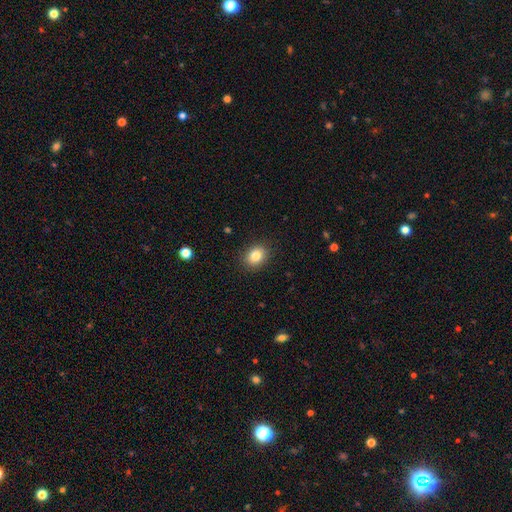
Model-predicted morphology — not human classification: smooth-or-featured: smooth: 84% | star or artifact: 10% | featured or disk: 7%
  how-rounded: in between: 53% | round: 46% | cigar-shaped: 1%
  merging: none: 88% | minor disturbance: 8% | major disturbance: 2% | merger: 1%